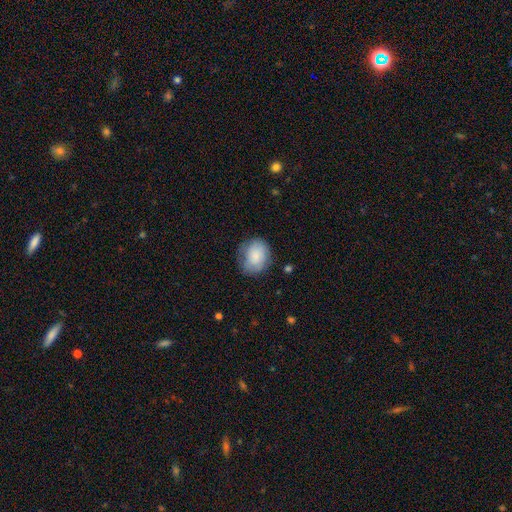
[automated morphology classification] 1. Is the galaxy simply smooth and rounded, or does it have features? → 79% smooth, 14% featured or disk, 7% star or artifact.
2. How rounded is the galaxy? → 61% round, 38% in between, 1% cigar-shaped.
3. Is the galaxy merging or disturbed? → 68% none, 23% minor disturbance, 8% major disturbance, 1% merger.